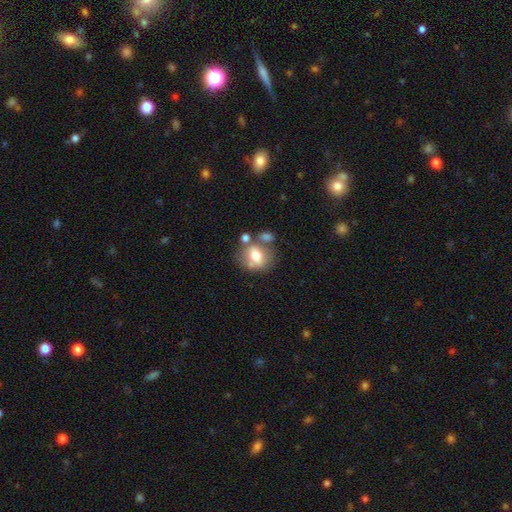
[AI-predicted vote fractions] smooth-or-featured: smooth: 68% | featured or disk: 23% | star or artifact: 9%
  how-rounded: round: 52% | in between: 47% | cigar-shaped: 2%
  merging: none: 49% | merger: 27% | minor disturbance: 16% | major disturbance: 8%